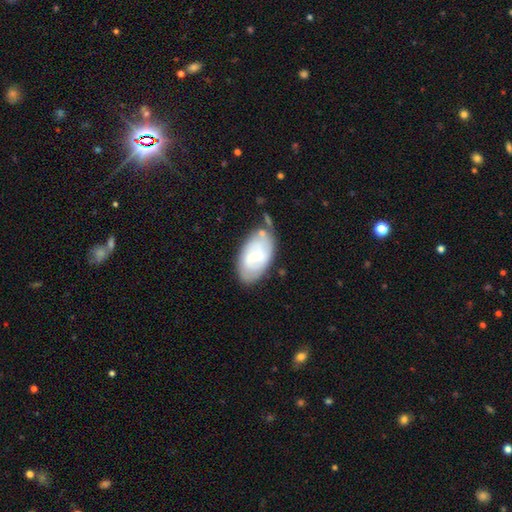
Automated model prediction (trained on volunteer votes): smooth-or-featured: featured or disk: 56% | smooth: 38% | star or artifact: 6%
  disk-edge-on: no: 95% | yes: 5%
    bar: weak: 52% | no: 33% | strong: 14%
    has-spiral-arms: yes: 78% | no: 22%
    bulge-size: small: 63% | moderate: 30% | none: 4% | large: 2% | dominant: 1%
  merging: none: 65% | minor disturbance: 22% | merger: 7% | major disturbance: 6%